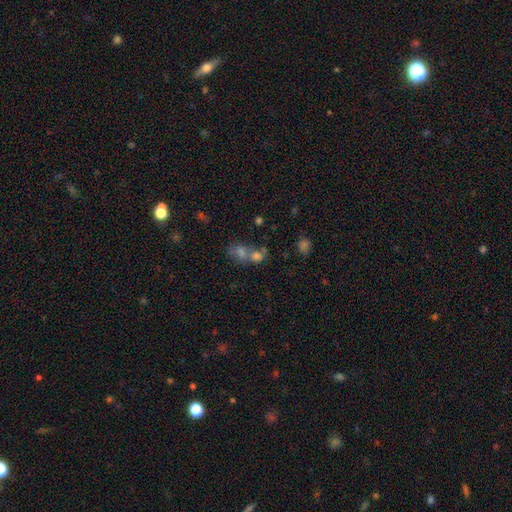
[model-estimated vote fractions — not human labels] A smooth galaxy with no disk features (61%) that is round (53%).

Vote fractions:
- Smooth or featured? smooth: 61% / star or artifact: 21% / featured or disk: 18%
- How rounded? round: 53% / in between: 44% / cigar-shaped: 3%
- Merging? merger: 62% / none: 26% / minor disturbance: 7% / major disturbance: 5%